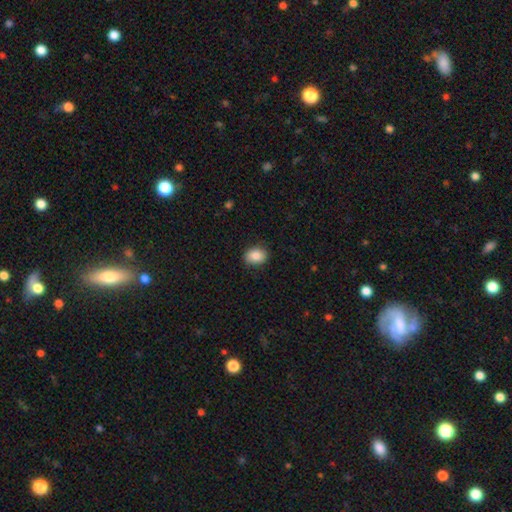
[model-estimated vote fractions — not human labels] Smooth or featured?
  - smooth: 84% *
  - star or artifact: 8%
  - featured or disk: 7%
How rounded?
  - in between: 58% *
  - round: 41%
  - cigar-shaped: 1%
Merging?
  - none: 86% *
  - minor disturbance: 11%
  - major disturbance: 2%
  - merger: 1%